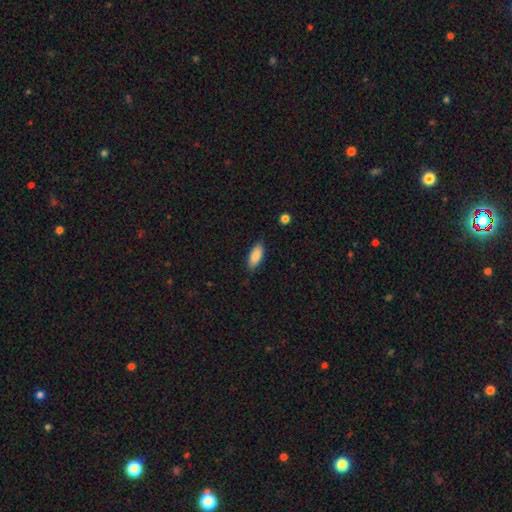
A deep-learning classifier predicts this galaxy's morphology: Smooth or featured: smooth — 87% (featured or disk — 7%)
How rounded: in between — 79% (cigar-shaped — 20%)
Merging: none — 84% (minor disturbance — 12%)